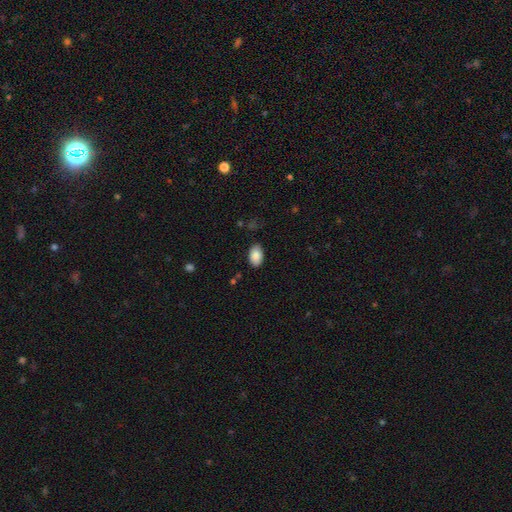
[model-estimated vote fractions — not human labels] smooth 88%, star or artifact 7%, featured or disk 5%. Down the decision tree: how rounded — in between (91%); merging — none (84%).